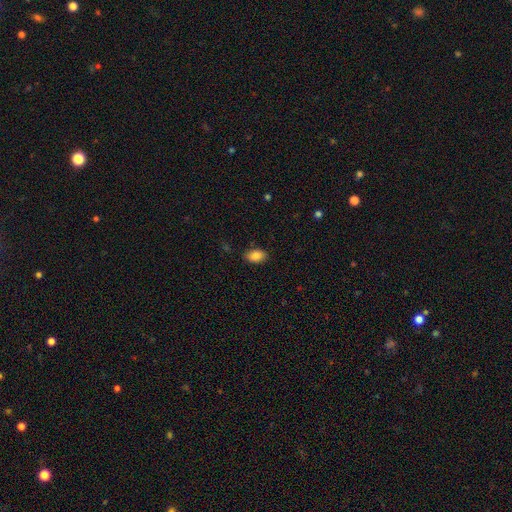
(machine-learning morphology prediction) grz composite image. It shows a smooth galaxy with no disk features (86%) that is in between round and cigar-shaped (90%). Merging: none (85%).